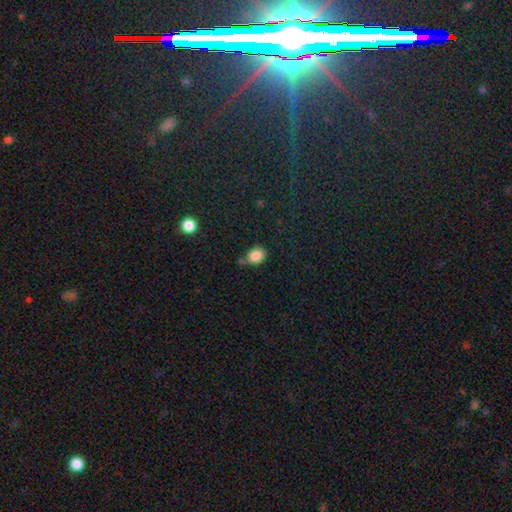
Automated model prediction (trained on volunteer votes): A smooth galaxy with no disk features (85%) that is round (53%).

Vote fractions:
- Smooth or featured? smooth: 85% / star or artifact: 10% / featured or disk: 5%
- How rounded? round: 53% / in between: 46% / cigar-shaped: 1%
- Merging? none: 64% / minor disturbance: 19% / merger: 13% / major disturbance: 4%